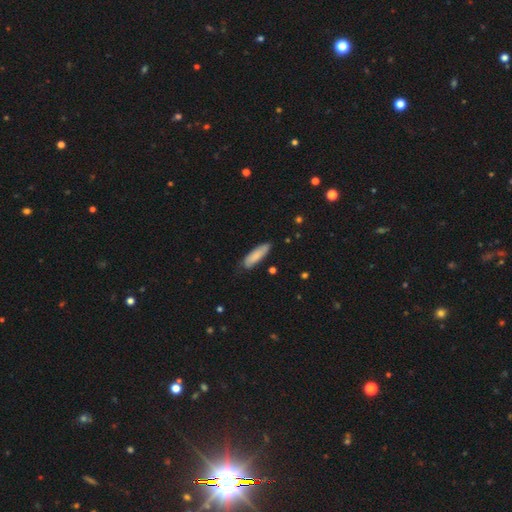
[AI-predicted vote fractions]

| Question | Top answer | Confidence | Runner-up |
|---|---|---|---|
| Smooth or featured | smooth | 81% | featured or disk (13%) |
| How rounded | cigar-shaped | 57% | in between (42%) |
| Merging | none | 74% | minor disturbance (21%) |